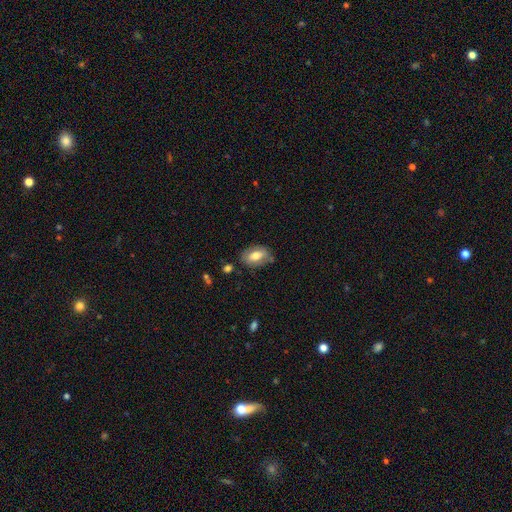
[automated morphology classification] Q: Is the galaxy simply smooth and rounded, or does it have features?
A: smooth — 66%.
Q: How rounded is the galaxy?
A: in between — 89%.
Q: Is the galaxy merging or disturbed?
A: none — 72%.